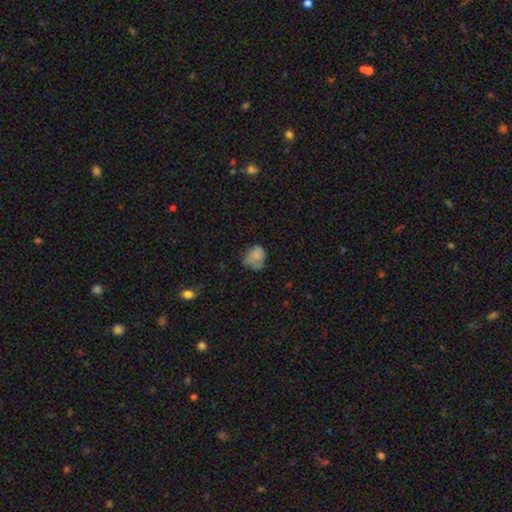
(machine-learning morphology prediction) smooth-or-featured: smooth: 72% | featured or disk: 17% | star or artifact: 11%
  how-rounded: in between: 52% | round: 47% | cigar-shaped: 1%
  merging: none: 37% | minor disturbance: 36% | major disturbance: 24% | merger: 3%